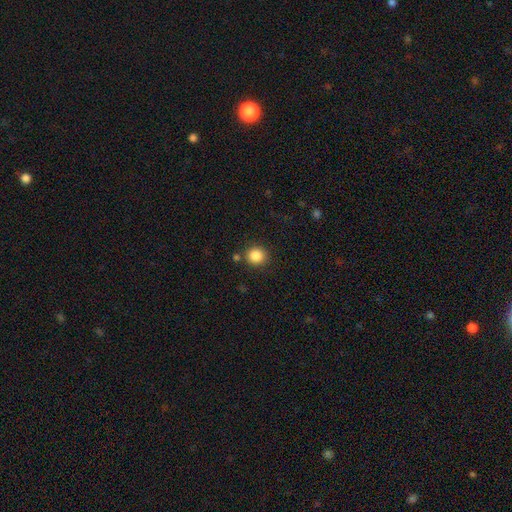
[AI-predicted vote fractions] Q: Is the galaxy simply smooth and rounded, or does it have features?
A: smooth — 86%.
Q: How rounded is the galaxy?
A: round — 88%.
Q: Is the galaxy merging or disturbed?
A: none — 84%.